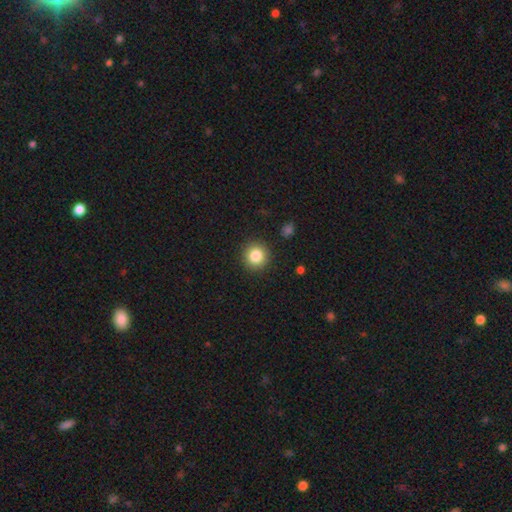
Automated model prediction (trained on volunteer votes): The model was most divided on "smooth or featured": smooth: 83%, star or artifact: 10%, featured or disk: 6%. More confident: how rounded — round (93%); merging — none (91%).